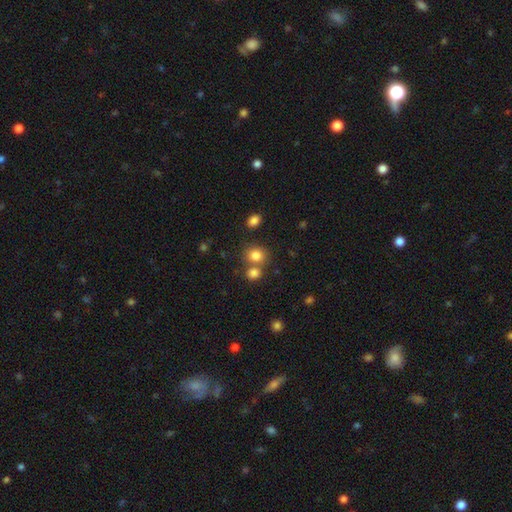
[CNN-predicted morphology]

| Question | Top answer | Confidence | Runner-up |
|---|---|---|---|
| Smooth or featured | smooth | 82% | star or artifact (12%) |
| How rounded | round | 70% | in between (29%) |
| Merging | none | 60% | merger (27%) |